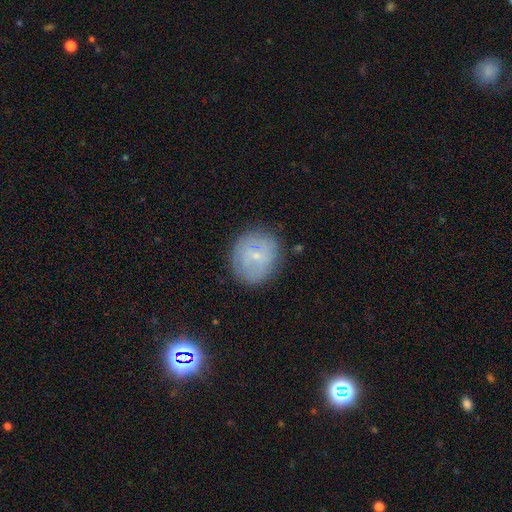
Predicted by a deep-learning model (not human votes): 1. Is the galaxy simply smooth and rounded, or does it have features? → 48% smooth, 43% featured or disk, 9% star or artifact.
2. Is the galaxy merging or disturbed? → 78% none, 15% minor disturbance, 5% major disturbance, 2% merger.